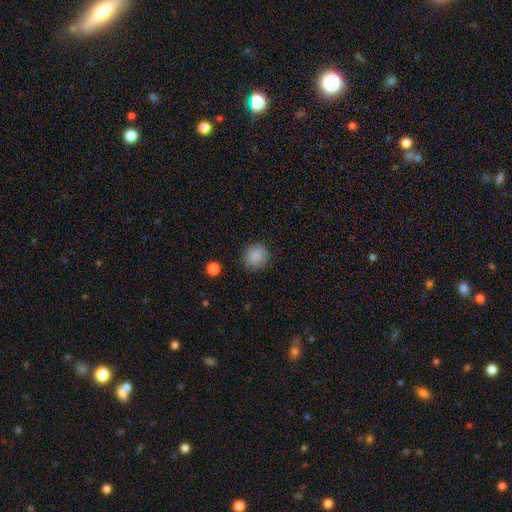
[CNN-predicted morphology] Overall: smooth (87%). How rounded: round (90%). Merging: none (89%).